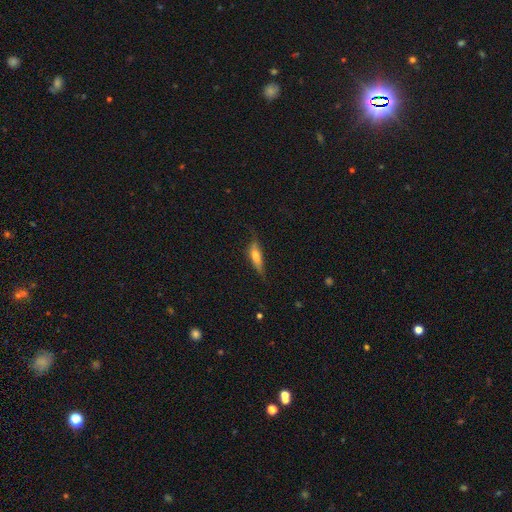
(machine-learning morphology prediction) smooth 59%, featured or disk 33%, star or artifact 8%. Down the decision tree: how rounded — cigar-shaped (65%); merging — none (61%).